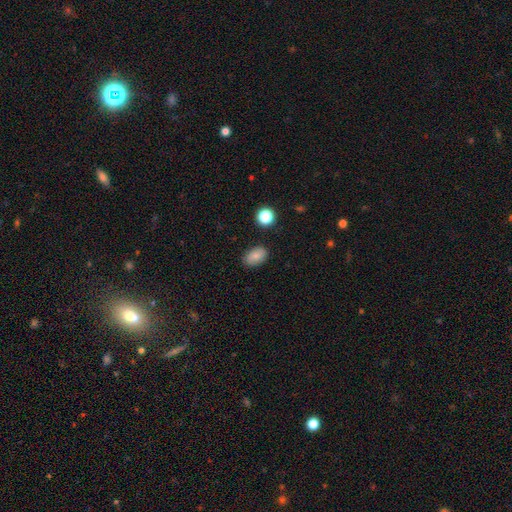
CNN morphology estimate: smooth_or_featured: smooth (p=0.82) [alt: star or artifact p=0.09]
how_rounded: in between (p=0.86) [alt: round p=0.13]
merging: none (p=0.83) [alt: minor disturbance p=0.12]